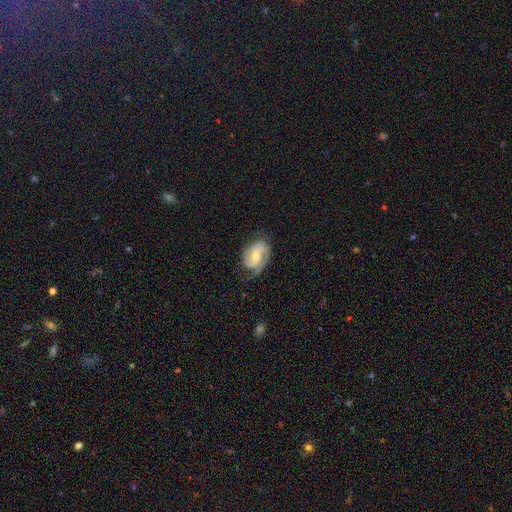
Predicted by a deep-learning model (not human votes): The model was most divided on "bulge size": small: 45%, moderate: 43%, none: 7%, large: 4%, dominant: 1%. Remaining: edge-on disk — no (97%); spiral arms — yes (95%); smooth or featured — featured or disk (76%); spiral arm count — 2 (66%); merging — none (60%); bar — no (48%); spiral winding — medium (43%).